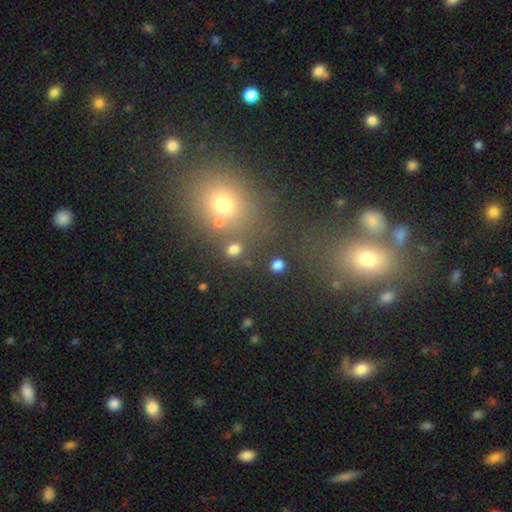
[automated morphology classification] A smooth galaxy with no disk features (53%) that is round (64%).

Vote fractions:
- Smooth or featured? smooth: 53% / star or artifact: 36% / featured or disk: 12%
- How rounded? round: 64% / in between: 34% / cigar-shaped: 2%
- Merging? none: 67% / merger: 18% / minor disturbance: 10% / major disturbance: 5%